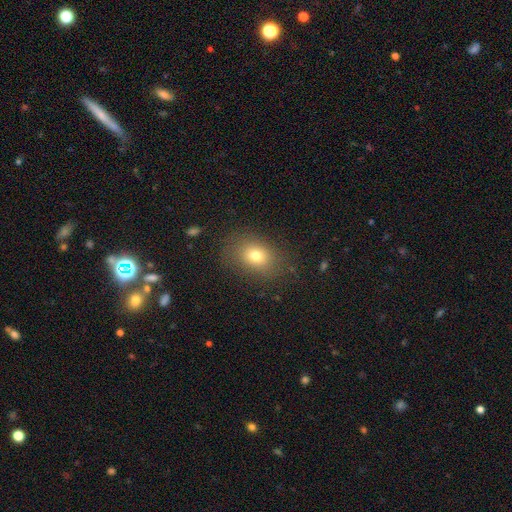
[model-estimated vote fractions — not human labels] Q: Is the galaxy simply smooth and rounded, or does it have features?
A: smooth — 75%.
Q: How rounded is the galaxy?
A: in between — 63%.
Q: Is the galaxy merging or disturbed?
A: none — 82%.